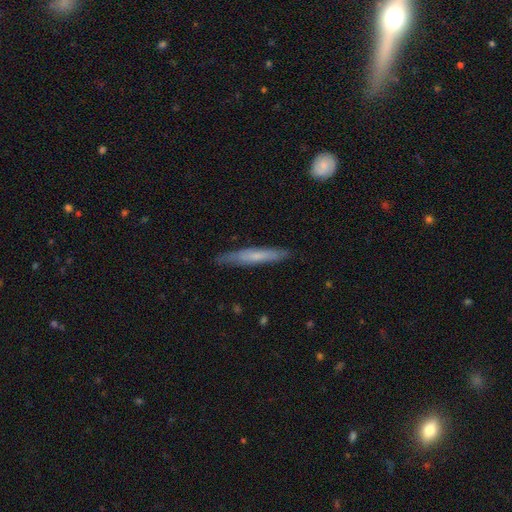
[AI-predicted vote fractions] This appears to be a smooth galaxy with no disk features (54%) that is cigar-shaped (94%). Merging: none (83%).